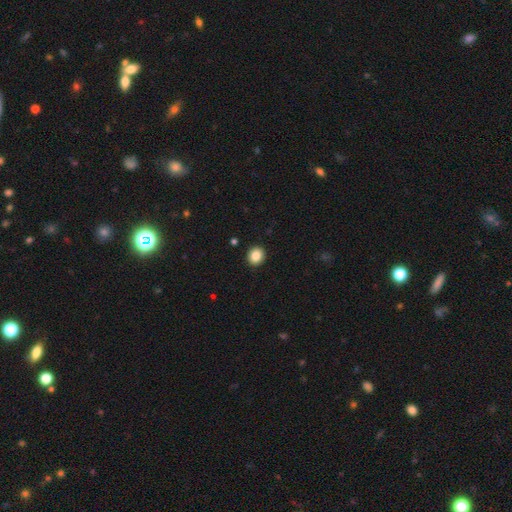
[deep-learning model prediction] A smooth galaxy with no disk features (86%) that is round (80%).

Vote fractions:
- Smooth or featured? smooth: 86% / star or artifact: 9% / featured or disk: 4%
- How rounded? round: 80% / in between: 19% / cigar-shaped: 1%
- Merging? none: 92% / minor disturbance: 5% / major disturbance: 2% / merger: 1%